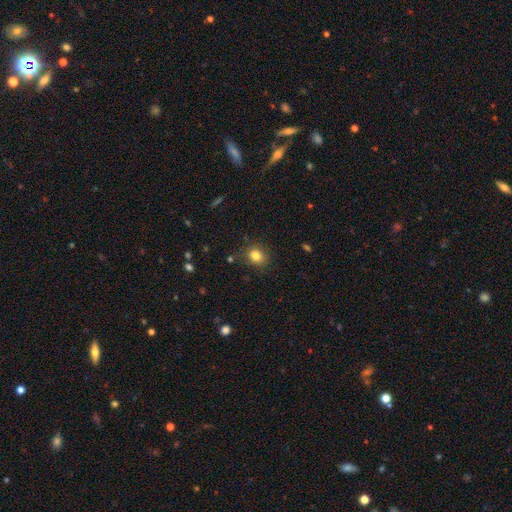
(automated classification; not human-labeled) The model was most divided on "how rounded": round: 70%, in between: 29%, cigar-shaped: 1%. More confident: merging — none (83%); smooth or featured — smooth (82%).